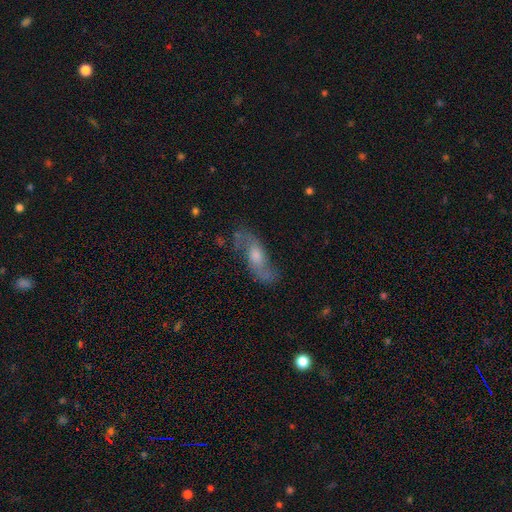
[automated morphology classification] Smooth or featured: featured or disk — 71% (smooth — 18%)
Edge-on disk: no — 83% (yes — 17%)
Bar: no — 60% (weak — 33%)
Spiral arms: yes — 88% (no — 12%)
Spiral winding: loose — 54% (medium — 35%)
Spiral arm count: 2 — 88% (can't tell — 7%)
Bulge size: moderate — 58% (small — 21%)
Merging: none — 72% (minor disturbance — 17%)